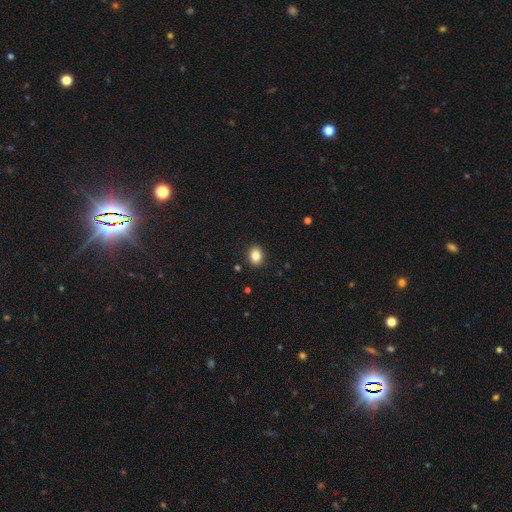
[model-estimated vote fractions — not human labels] Overall: smooth (85%). How rounded: in between (61%; round 38%). Merging: none (90%).